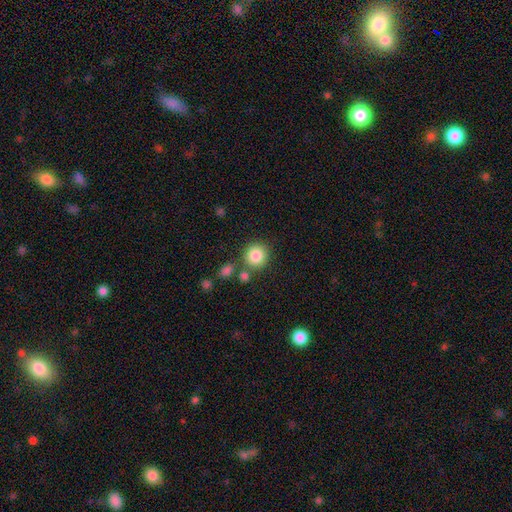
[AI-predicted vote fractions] A smooth galaxy with no disk features (85%) that is round (90%).

Vote fractions:
- Smooth or featured? smooth: 85% / star or artifact: 9% / featured or disk: 6%
- How rounded? round: 90% / in between: 9% / cigar-shaped: 1%
- Merging? none: 76% / merger: 11% / minor disturbance: 9% / major disturbance: 4%